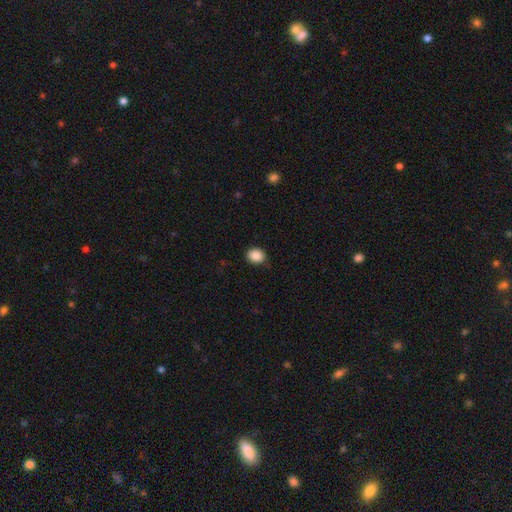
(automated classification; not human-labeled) Smooth or featured: smooth — 88% (star or artifact — 9%)
How rounded: round — 60% (in between — 40%)
Merging: none — 83% (minor disturbance — 14%)